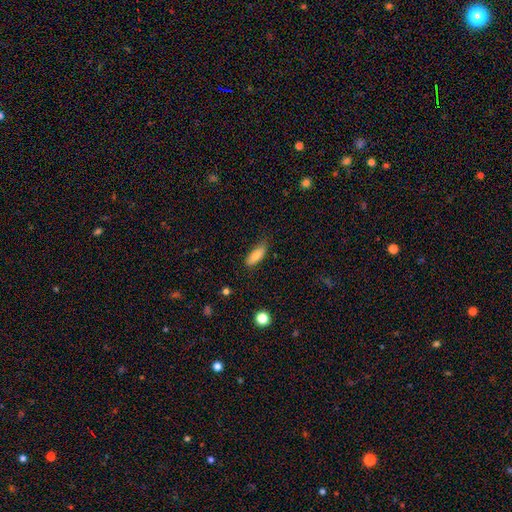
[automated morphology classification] Smooth or featured? Predicted: smooth (p=0.81). How rounded? Predicted: in between (p=0.73). Merging? Predicted: none (p=0.73).